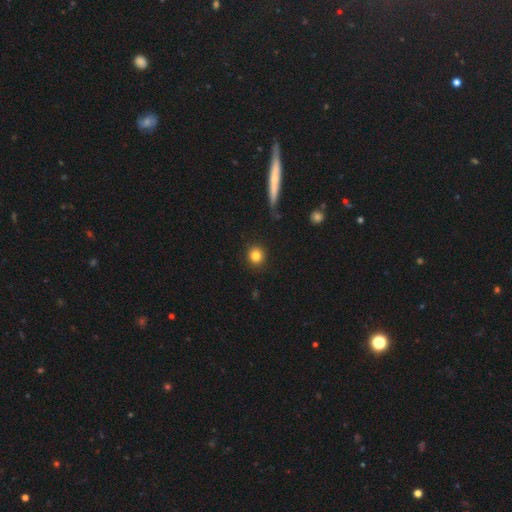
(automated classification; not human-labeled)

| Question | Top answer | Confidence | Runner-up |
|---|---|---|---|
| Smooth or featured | smooth | 83% | star or artifact (10%) |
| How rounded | round | 91% | in between (8%) |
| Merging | none | 90% | minor disturbance (6%) |